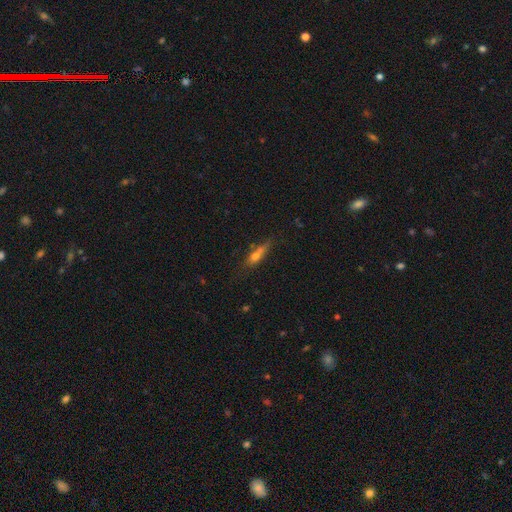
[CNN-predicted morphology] This is possibly a smooth galaxy (55%). How rounded: likely cigar-shaped (62%). Merging: possibly none (55%).